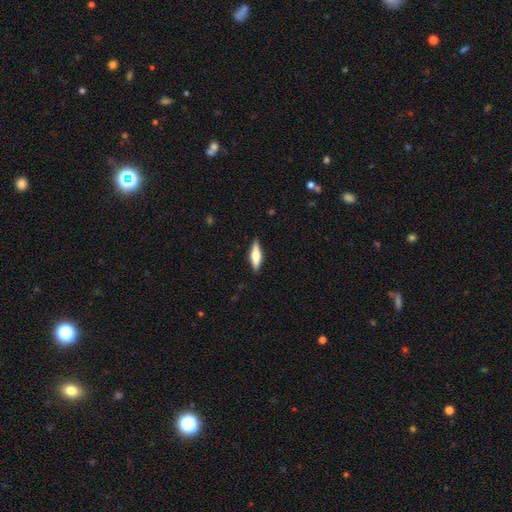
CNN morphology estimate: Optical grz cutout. It shows a featured or disk galaxy (50%) viewed edge-on (95%). Merging: none (87%).